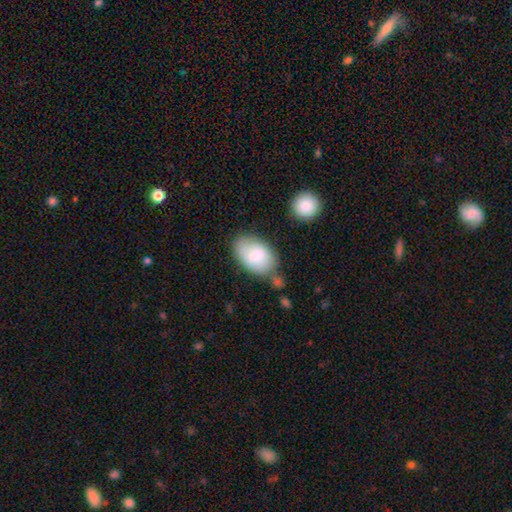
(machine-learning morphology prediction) Smooth or featured? smooth (82%)
How rounded? in between (90%)
Merging? none (62%)